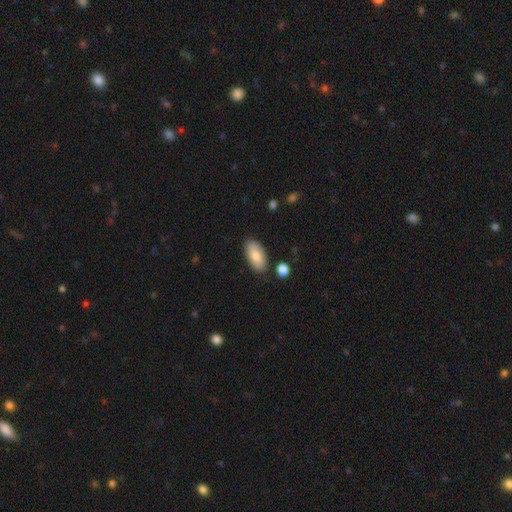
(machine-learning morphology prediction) smooth-or-featured: smooth: 80% | featured or disk: 14% | star or artifact: 6%
  how-rounded: in between: 93% | cigar-shaped: 5% | round: 3%
  merging: none: 83% | minor disturbance: 12% | merger: 3% | major disturbance: 2%